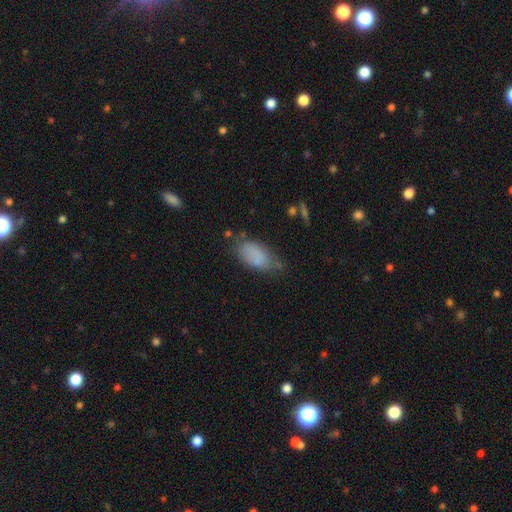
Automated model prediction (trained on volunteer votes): A smooth galaxy with no disk features (78%) that is in between round and cigar-shaped (91%).

Vote fractions:
- Smooth or featured? smooth: 78% / featured or disk: 13% / star or artifact: 9%
- How rounded? in between: 91% / cigar-shaped: 5% / round: 4%
- Merging? none: 48% / minor disturbance: 34% / major disturbance: 12% / merger: 5%